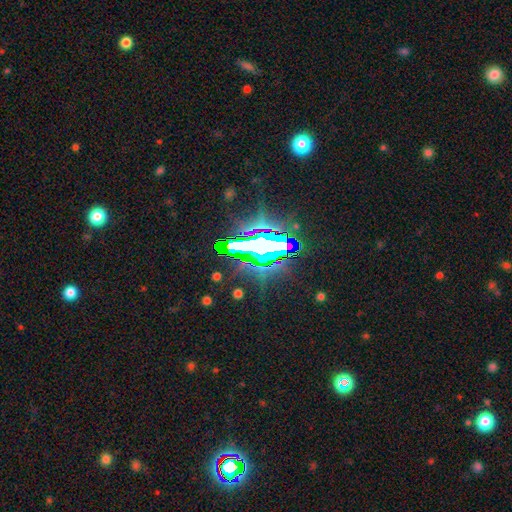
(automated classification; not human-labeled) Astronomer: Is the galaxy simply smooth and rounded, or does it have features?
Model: star or artifact — 82%.